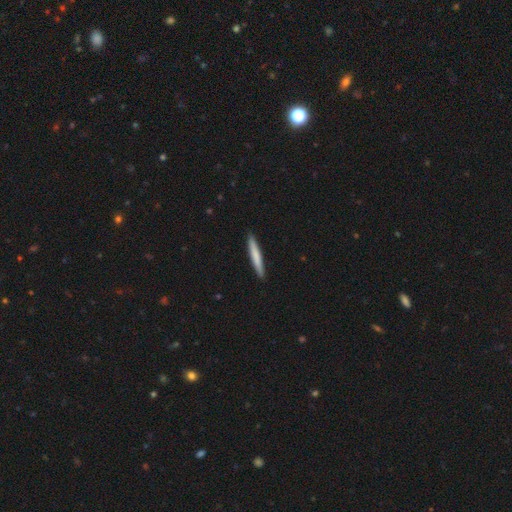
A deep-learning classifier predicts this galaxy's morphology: A smooth galaxy with no disk features (71%) that is cigar-shaped (96%). Merging: none (92%).